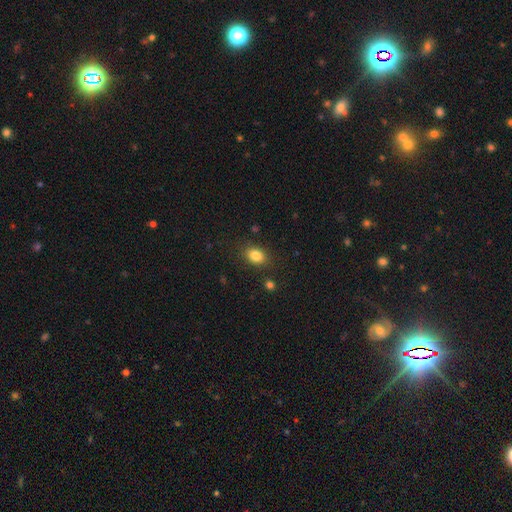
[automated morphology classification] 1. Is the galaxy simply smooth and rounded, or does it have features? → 84% smooth, 10% star or artifact, 6% featured or disk.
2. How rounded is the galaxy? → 72% in between, 27% round, 1% cigar-shaped.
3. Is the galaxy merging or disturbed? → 84% none, 10% minor disturbance, 3% major disturbance, 2% merger.